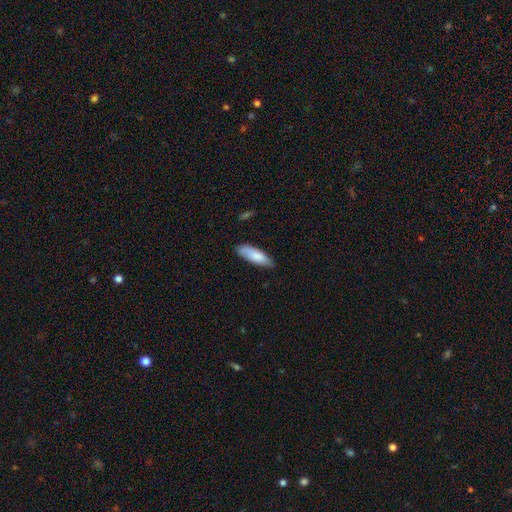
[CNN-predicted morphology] smooth-or-featured: smooth: 81% | featured or disk: 13% | star or artifact: 6%
  how-rounded: in between: 60% | cigar-shaped: 38% | round: 1%
  merging: none: 75% | minor disturbance: 20% | major disturbance: 3% | merger: 1%